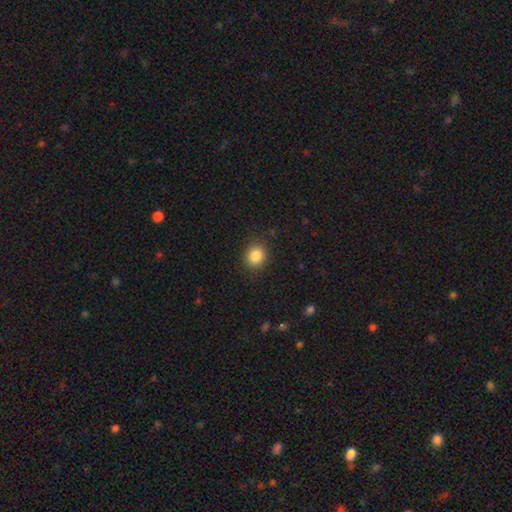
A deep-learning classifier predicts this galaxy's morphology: Smooth or featured? Predicted: smooth (p=0.86). How rounded? Predicted: round (p=0.69). Merging? Predicted: none (p=0.87).